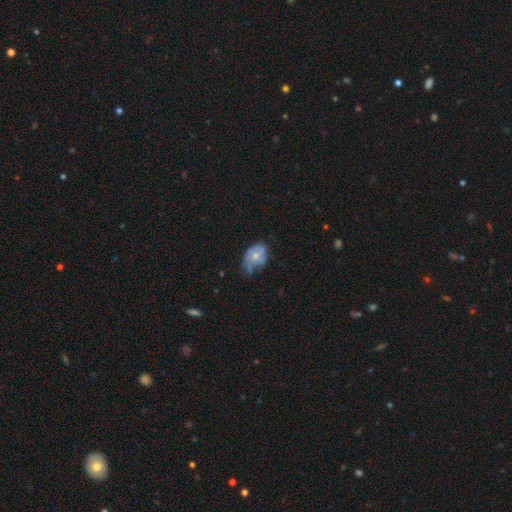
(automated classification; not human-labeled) A smooth galaxy with no disk features (48%). Merging: minor disturbance (38%).